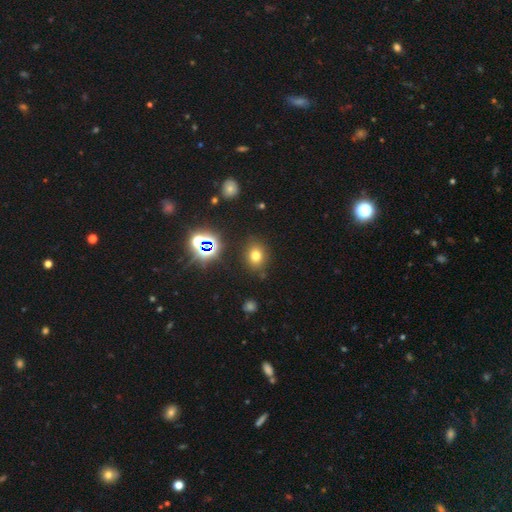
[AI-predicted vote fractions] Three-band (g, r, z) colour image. It shows a smooth galaxy with no disk features (68%) that is round (52%). Merging: none (84%).